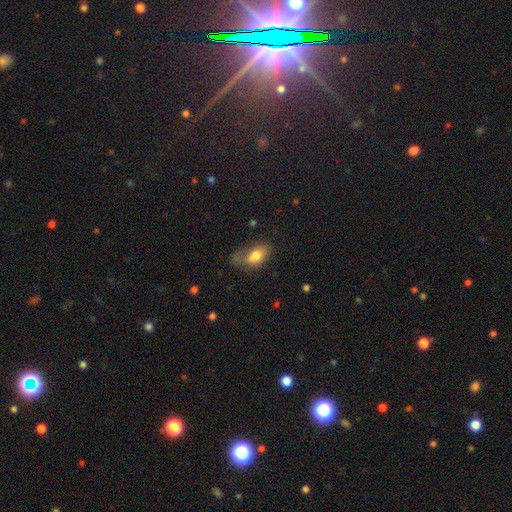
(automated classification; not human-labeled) The model was most divided on "merging": none: 34%, major disturbance: 32%, minor disturbance: 30%, merger: 5%. More confident: how rounded — in between (88%); smooth or featured — smooth (73%).